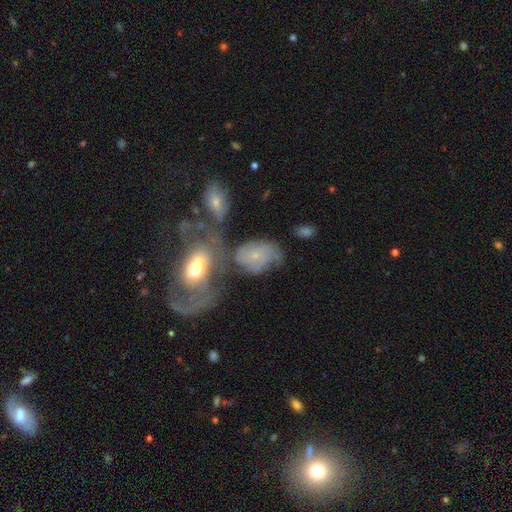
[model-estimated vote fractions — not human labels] A featured or disk galaxy (61%) with no bar (76%), spiral arms (82%) and a small central bulge (68%).

Vote fractions:
- Smooth or featured? featured or disk: 61% / smooth: 29% / star or artifact: 9%
- Edge-on disk? no: 95% / yes: 5%
- Bar? no: 76% / weak: 20% / strong: 4%
- Spiral arms? yes: 82% / no: 18%
- Bulge size? small: 68% / moderate: 22% / none: 6% / large: 2% / dominant: 1%
- Merging? none: 37% / merger: 26% / minor disturbance: 20% / major disturbance: 17%